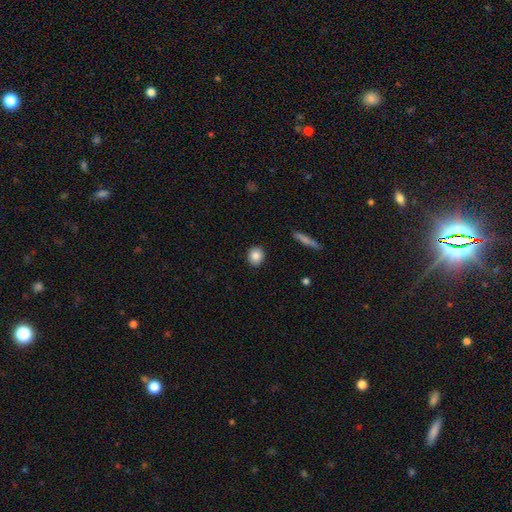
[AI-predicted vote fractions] smooth-or-featured: smooth: 86% | star or artifact: 8% | featured or disk: 6%
  how-rounded: round: 81% | in between: 17% | cigar-shaped: 2%
  merging: none: 91% | minor disturbance: 6% | major disturbance: 2% | merger: 1%